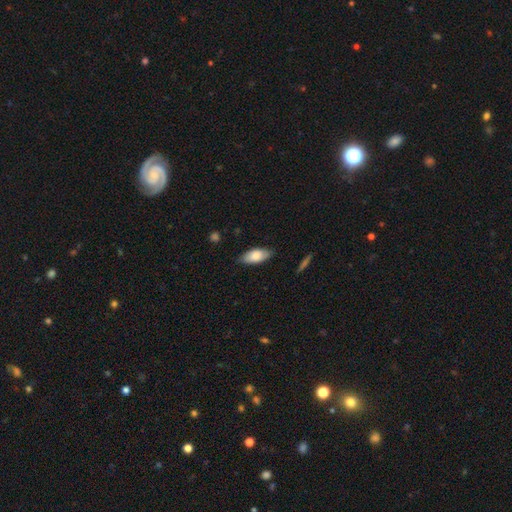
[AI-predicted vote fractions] Smooth or featured?
  - smooth: 78% *
  - featured or disk: 16%
  - star or artifact: 6%
How rounded?
  - in between: 88% *
  - cigar-shaped: 10%
  - round: 2%
Merging?
  - none: 82% *
  - minor disturbance: 15%
  - major disturbance: 2%
  - merger: 1%